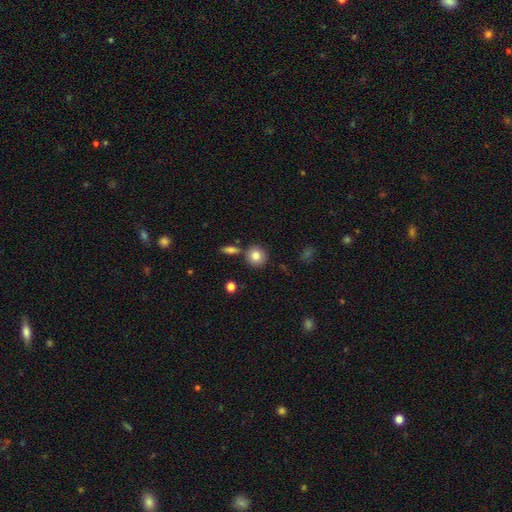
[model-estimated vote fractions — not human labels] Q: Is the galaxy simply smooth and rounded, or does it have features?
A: smooth — 82%.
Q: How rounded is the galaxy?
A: round — 90%.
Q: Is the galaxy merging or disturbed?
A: none — 81%.